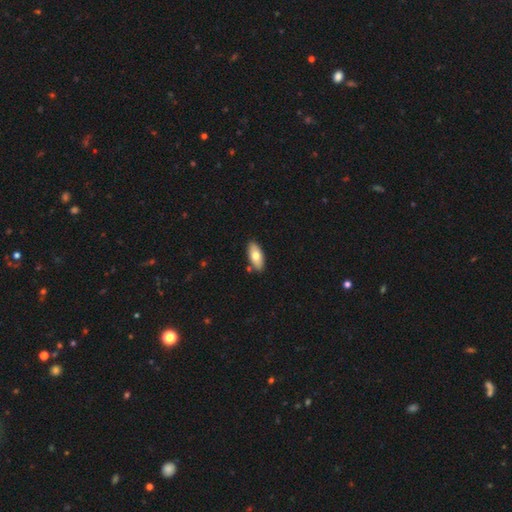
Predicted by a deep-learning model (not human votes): Smooth or featured? Predicted: smooth (p=0.71). How rounded? Predicted: in between (p=0.86). Merging? Predicted: none (p=0.84).